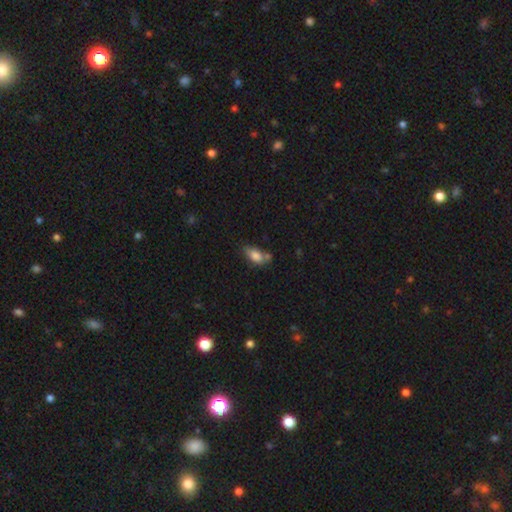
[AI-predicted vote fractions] Q: Smooth or featured?
A: smooth (79%); runner-up: featured or disk (12%)
Q: How rounded?
A: in between (87%); runner-up: cigar-shaped (6%)
Q: Merging?
A: none (44%); runner-up: minor disturbance (27%)